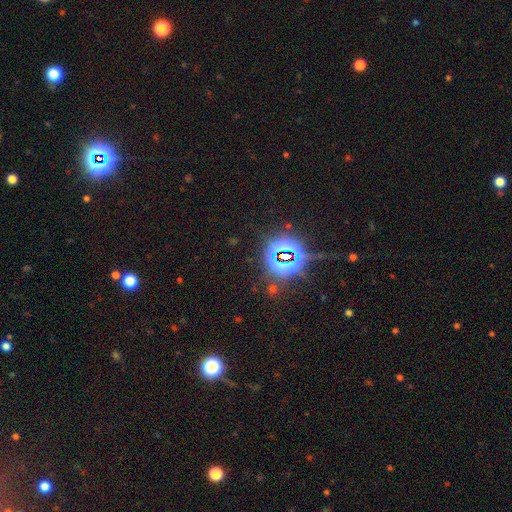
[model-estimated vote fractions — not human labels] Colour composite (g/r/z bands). It shows a star or artifact, not a galaxy (84%).